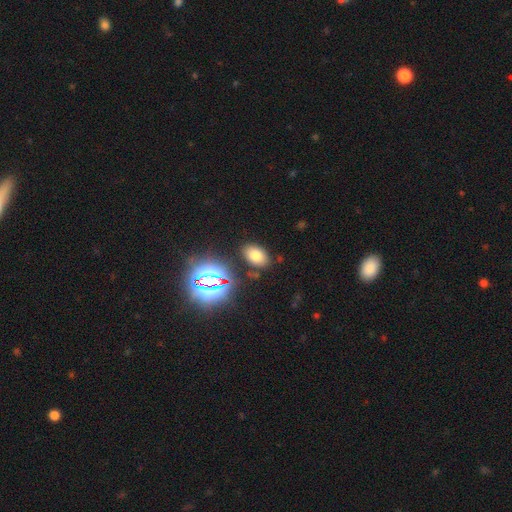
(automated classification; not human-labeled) A smooth galaxy with no disk features (70%) that is in between round and cigar-shaped (87%). Merging: none (84%).